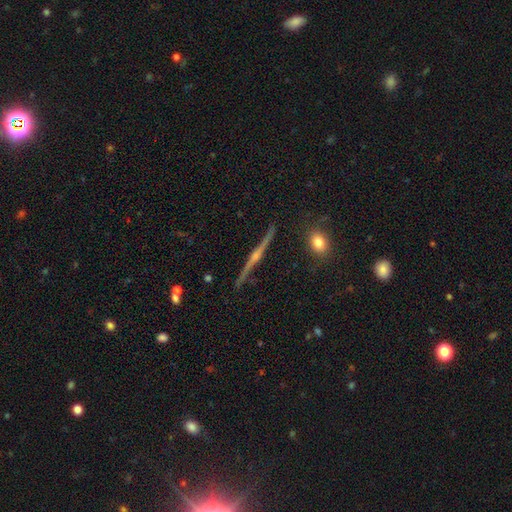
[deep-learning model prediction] The model was most divided on "smooth or featured": featured or disk: 85%, smooth: 8%, star or artifact: 7%. More confident: edge-on disk — yes (98%); merging — none (88%); edge-on bulge — rounded (88%).